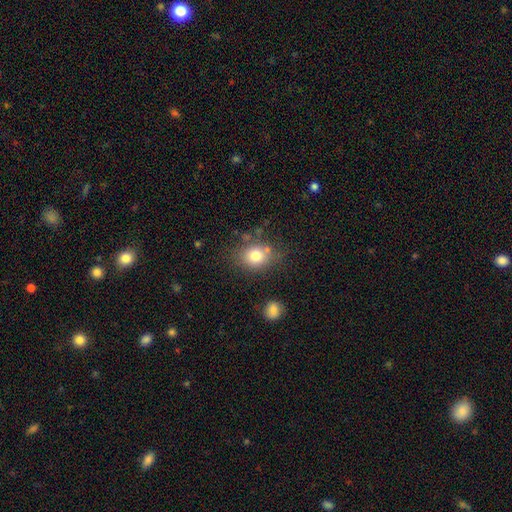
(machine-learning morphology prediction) The model was most divided on "how rounded": round: 58%, in between: 41%, cigar-shaped: 1%. More confident: smooth or featured — smooth (78%); merging — none (69%).